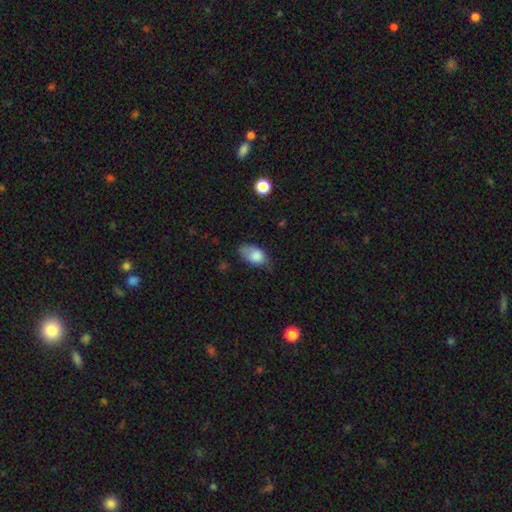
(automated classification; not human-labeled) smooth 81%, featured or disk 11%, star or artifact 8%. Down the decision tree: how rounded — in between (89%); merging — none (43%).